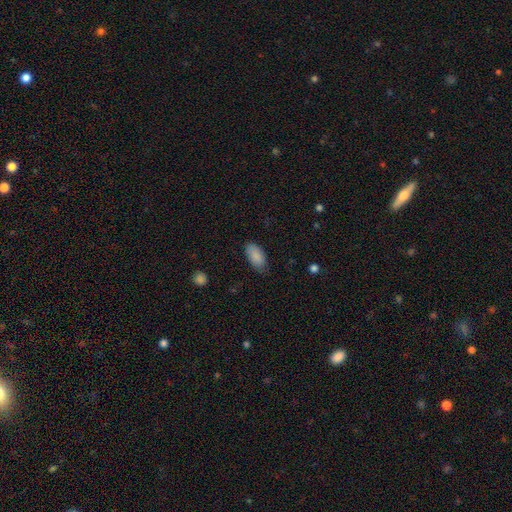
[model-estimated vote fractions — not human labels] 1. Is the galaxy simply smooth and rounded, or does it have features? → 88% smooth, 6% star or artifact, 6% featured or disk.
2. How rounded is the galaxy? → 93% in between, 5% cigar-shaped, 2% round.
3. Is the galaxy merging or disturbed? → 74% none, 21% minor disturbance, 4% major disturbance, 1% merger.